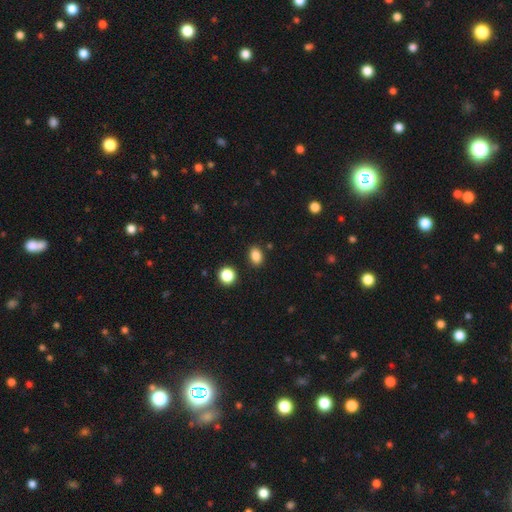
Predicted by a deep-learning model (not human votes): This appears to be a smooth galaxy with no disk features (85%) that is in between round and cigar-shaped (74%). Merging: none (87%).